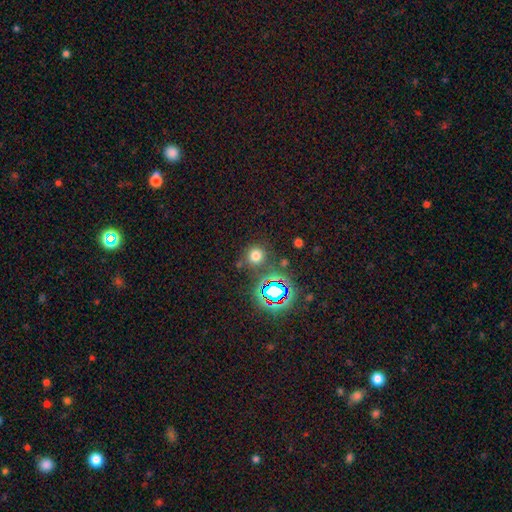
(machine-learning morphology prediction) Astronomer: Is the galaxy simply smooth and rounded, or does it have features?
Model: smooth — 65%.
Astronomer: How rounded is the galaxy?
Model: round — 91%.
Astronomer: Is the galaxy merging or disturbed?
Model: none — 80%.